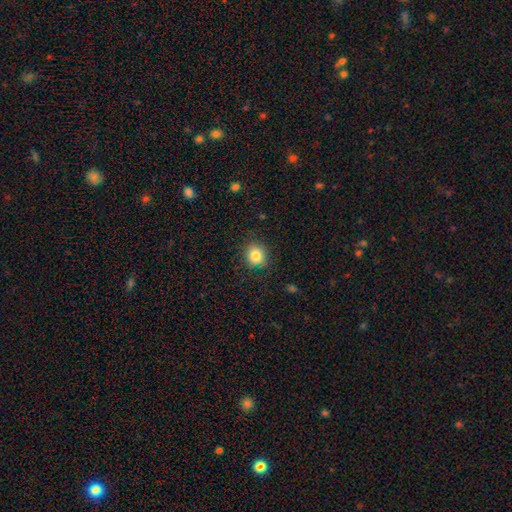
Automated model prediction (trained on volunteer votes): Smooth or featured: smooth — 83% (star or artifact — 11%)
How rounded: round — 78% (in between — 21%)
Merging: none — 85% (minor disturbance — 11%)